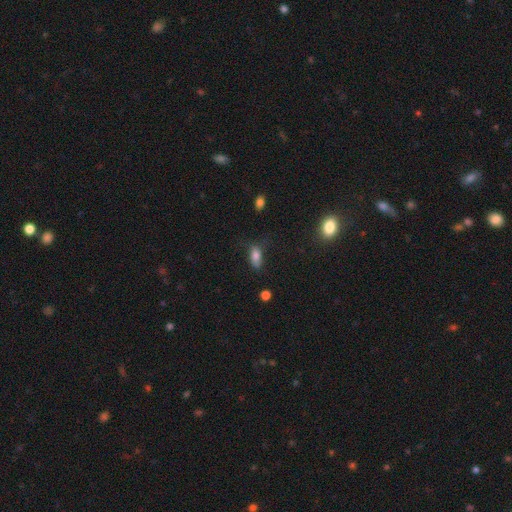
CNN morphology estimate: Smooth or featured?
  - smooth: 78% *
  - featured or disk: 11%
  - star or artifact: 10%
How rounded?
  - in between: 83% *
  - cigar-shaped: 10%
  - round: 6%
Merging?
  - none: 50% *
  - minor disturbance: 32%
  - major disturbance: 15%
  - merger: 3%